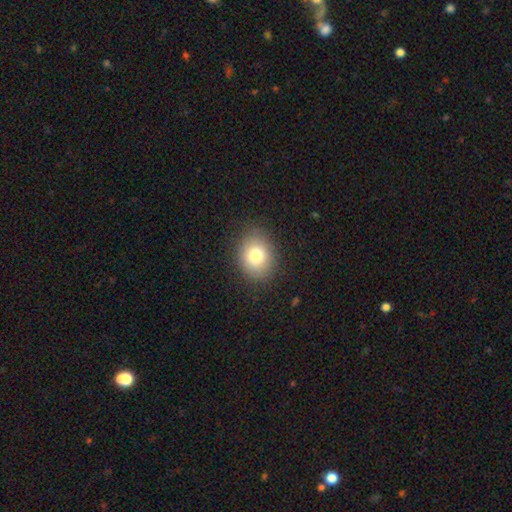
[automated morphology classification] This appears to be a smooth galaxy with no disk features (78%) that is round (57%). Merging: none (86%).